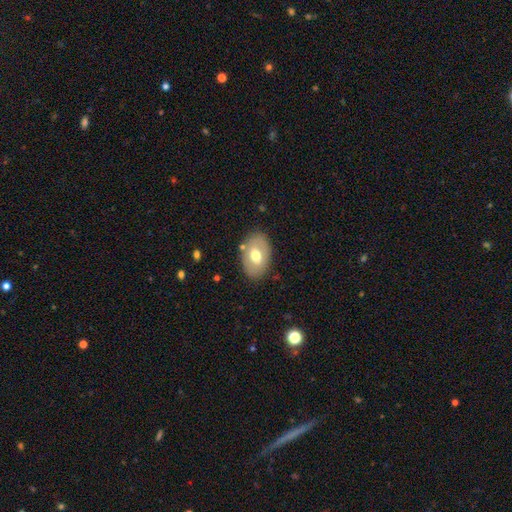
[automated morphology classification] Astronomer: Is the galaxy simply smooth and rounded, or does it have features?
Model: smooth — 62%.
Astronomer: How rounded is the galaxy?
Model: in between — 87%.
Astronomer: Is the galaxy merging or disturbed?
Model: none — 83%.